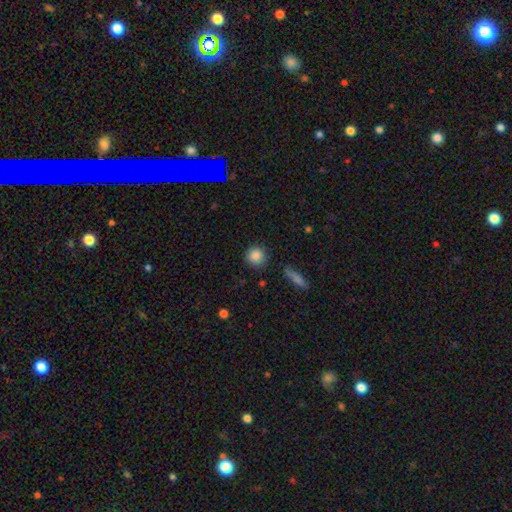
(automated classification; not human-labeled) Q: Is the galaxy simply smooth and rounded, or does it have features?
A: smooth — 86%.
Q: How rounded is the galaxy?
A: round — 90%.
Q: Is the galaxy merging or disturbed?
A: none — 86%.